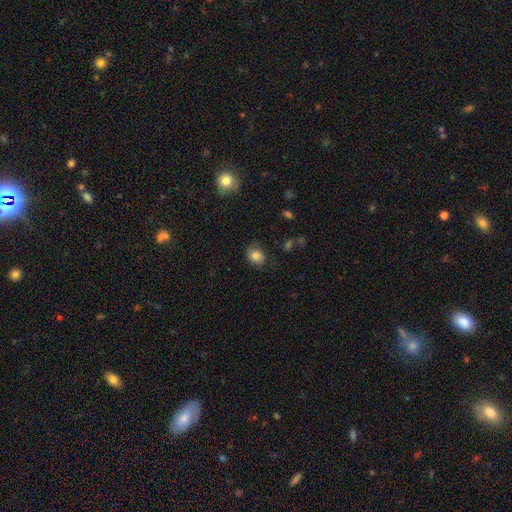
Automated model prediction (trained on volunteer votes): smooth-or-featured: smooth: 81% | star or artifact: 10% | featured or disk: 9%
  how-rounded: round: 61% | in between: 38% | cigar-shaped: 1%
  merging: none: 76% | minor disturbance: 18% | major disturbance: 5% | merger: 1%